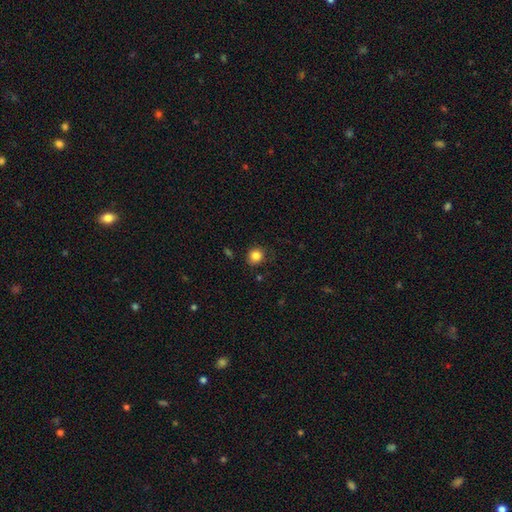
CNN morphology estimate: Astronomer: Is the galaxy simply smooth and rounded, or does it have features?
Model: smooth — 83%.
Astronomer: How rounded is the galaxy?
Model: round — 83%.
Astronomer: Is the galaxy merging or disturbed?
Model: none — 83%.